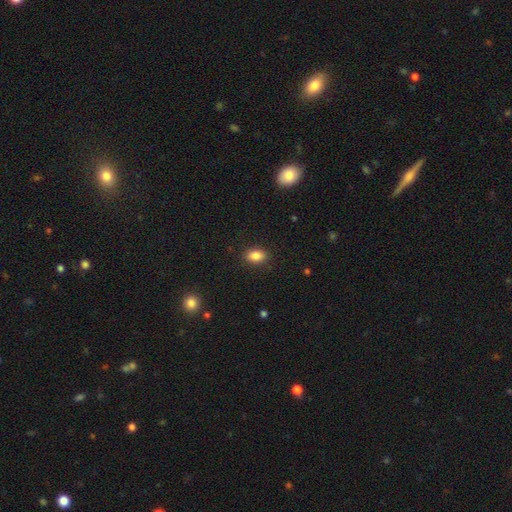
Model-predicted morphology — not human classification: Smooth or featured? smooth (86%)
How rounded? in between (83%)
Merging? none (87%)